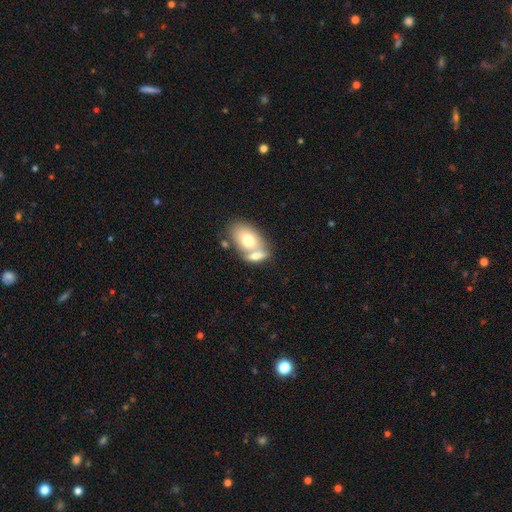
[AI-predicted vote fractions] This is likely a smooth galaxy (69%). How rounded: clearly in between (83%). Merging: possibly merger (59%).